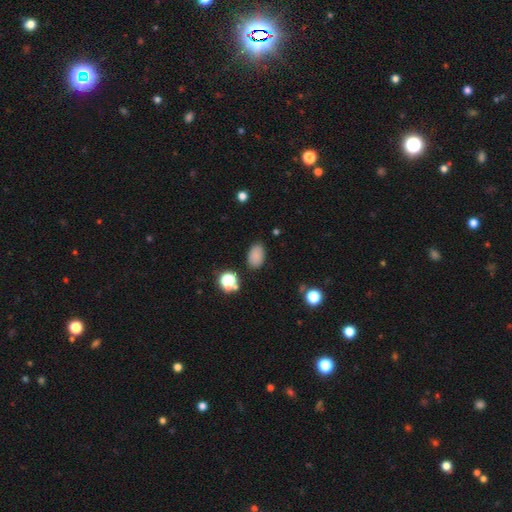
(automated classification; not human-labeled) smooth_or_featured: smooth (p=0.82) [alt: star or artifact p=0.13]
how_rounded: in between (p=0.87) [alt: round p=0.12]
merging: none (p=0.83) [alt: minor disturbance p=0.12]